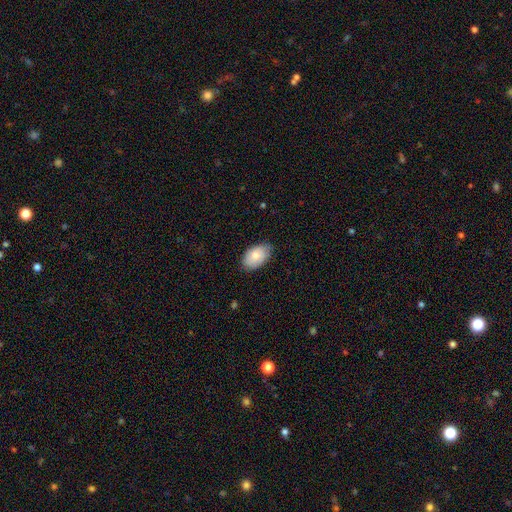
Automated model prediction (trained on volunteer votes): Smooth or featured? Predicted: smooth (p=0.79). How rounded? Predicted: in between (p=0.93). Merging? Predicted: none (p=0.78).